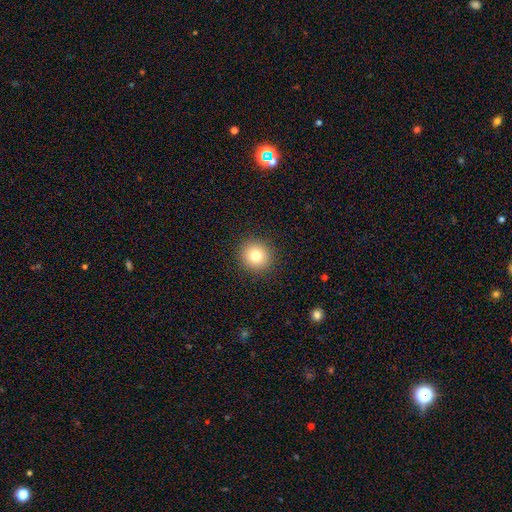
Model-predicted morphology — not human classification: smooth-or-featured: smooth: 80% | star or artifact: 11% | featured or disk: 9%
  how-rounded: round: 90% | in between: 9% | cigar-shaped: 1%
  merging: none: 91% | minor disturbance: 6% | major disturbance: 2% | merger: 1%